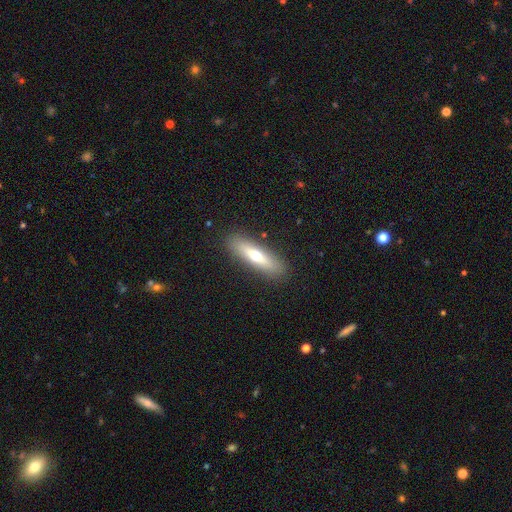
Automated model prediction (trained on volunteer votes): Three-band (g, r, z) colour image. It shows a smooth galaxy with no disk features (58%) that is cigar-shaped (69%). Merging: none (89%).